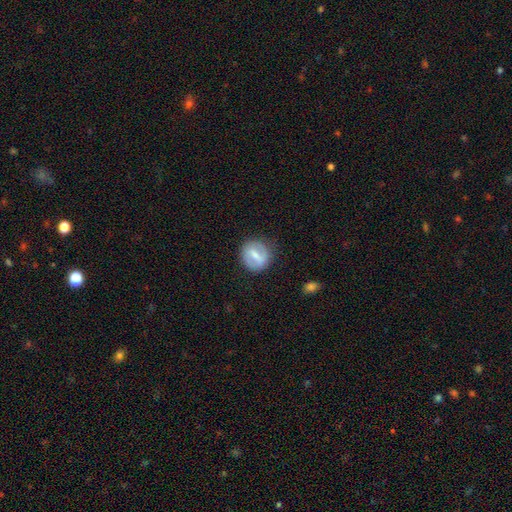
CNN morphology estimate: A featured or disk galaxy (51%). Merging: none (82%).